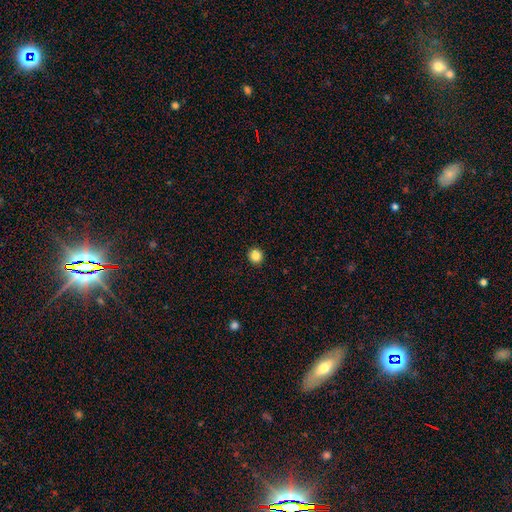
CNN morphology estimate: Q: Smooth or featured?
A: smooth (86%); runner-up: star or artifact (11%)
Q: How rounded?
A: round (90%); runner-up: in between (9%)
Q: Merging?
A: none (93%); runner-up: minor disturbance (4%)